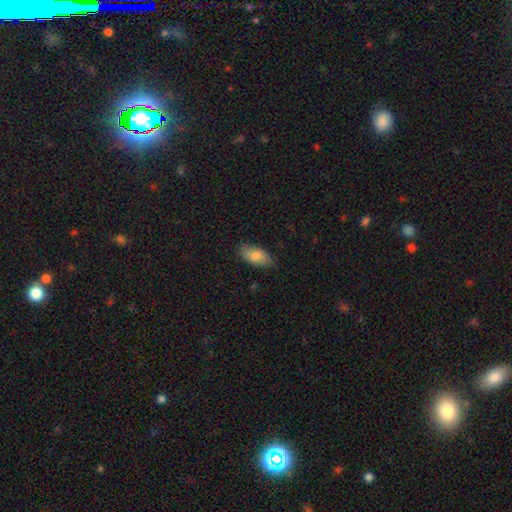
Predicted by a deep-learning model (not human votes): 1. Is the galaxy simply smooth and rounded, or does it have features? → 80% smooth, 13% featured or disk, 6% star or artifact.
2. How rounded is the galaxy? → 90% in between, 7% cigar-shaped, 3% round.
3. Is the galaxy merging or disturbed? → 82% none, 14% minor disturbance, 3% major disturbance, 1% merger.